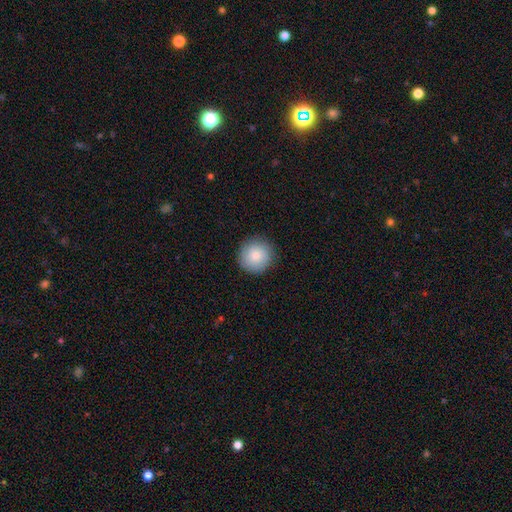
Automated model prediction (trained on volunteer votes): A smooth galaxy with no disk features (84%) that is round (95%).

Vote fractions:
- Smooth or featured? smooth: 84% / featured or disk: 9% / star or artifact: 7%
- How rounded? round: 95% / in between: 4% / cigar-shaped: 1%
- Merging? none: 89% / minor disturbance: 8% / major disturbance: 2% / merger: 1%